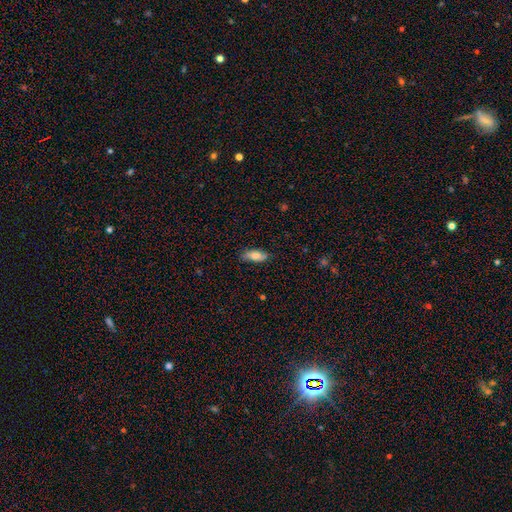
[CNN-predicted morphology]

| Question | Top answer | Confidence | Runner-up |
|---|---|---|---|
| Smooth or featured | smooth | 76% | featured or disk (18%) |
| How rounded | in between | 80% | cigar-shaped (18%) |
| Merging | none | 78% | minor disturbance (17%) |